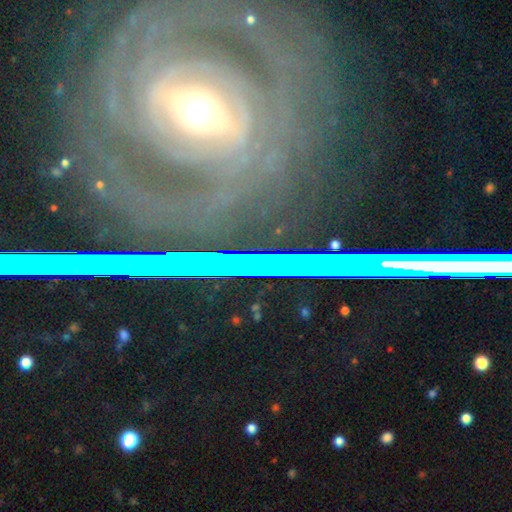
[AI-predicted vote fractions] A featured or disk galaxy (54%). Merging: none (78%).